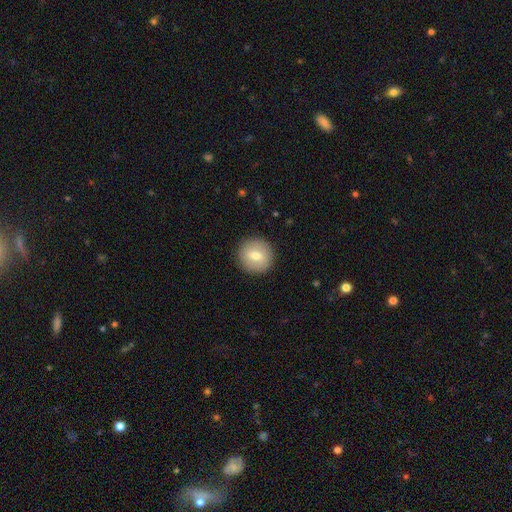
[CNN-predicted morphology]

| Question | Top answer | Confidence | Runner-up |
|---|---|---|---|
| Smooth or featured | smooth | 69% | featured or disk (23%) |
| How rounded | round | 93% | in between (6%) |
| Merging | none | 90% | minor disturbance (6%) |